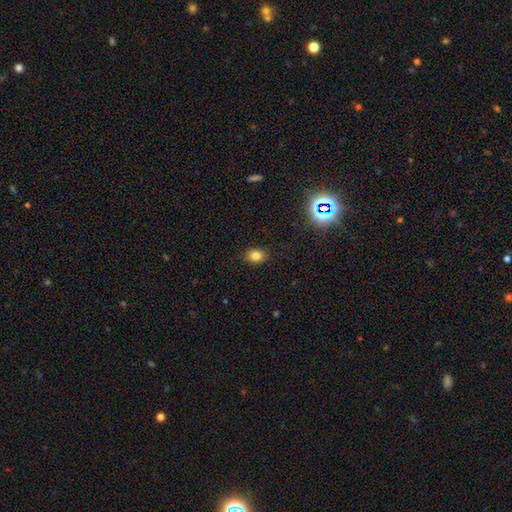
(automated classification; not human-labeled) A smooth galaxy with no disk features (81%) that is in between round and cigar-shaped (62%). Merging: none (87%).